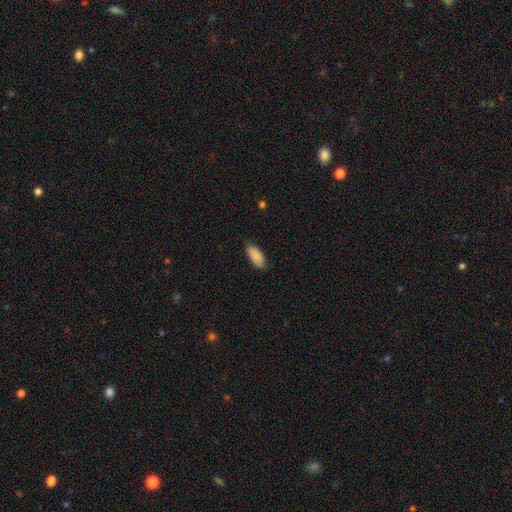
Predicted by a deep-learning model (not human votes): smooth 88%, star or artifact 6%, featured or disk 6%. Down the decision tree: how rounded — in between (87%); merging — none (79%).